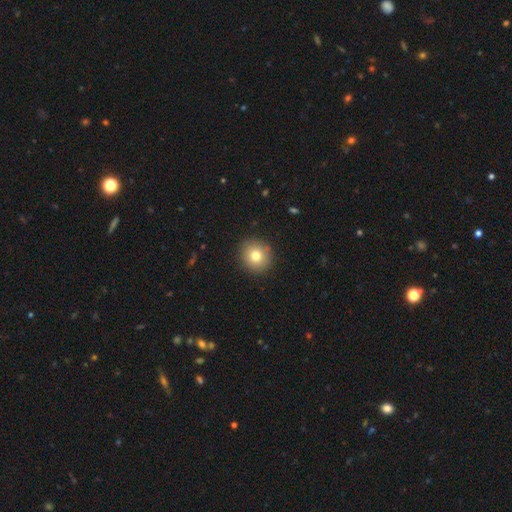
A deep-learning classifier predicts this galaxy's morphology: Overall: smooth (78%). How rounded: round (91%). Merging: none (91%).